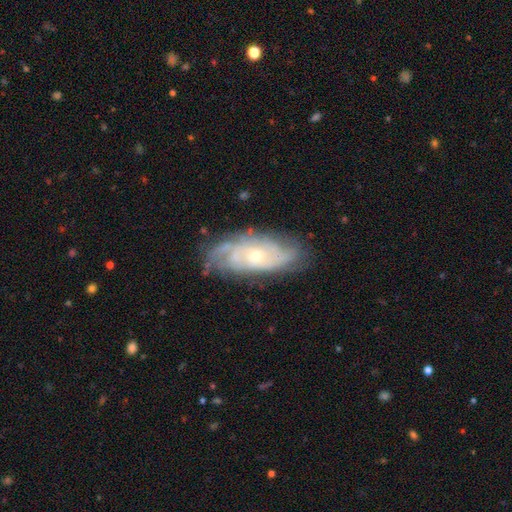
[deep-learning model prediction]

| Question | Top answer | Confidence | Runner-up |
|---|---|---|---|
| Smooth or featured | featured or disk | 78% | smooth (15%) |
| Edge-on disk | no | 90% | yes (10%) |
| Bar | no | 77% | weak (19%) |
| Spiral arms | yes | 89% | no (11%) |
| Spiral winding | tight | 62% | medium (29%) |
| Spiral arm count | can't tell | 50% | 2 (17%) |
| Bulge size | small | 60% | moderate (37%) |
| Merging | none | 72% | minor disturbance (20%) |